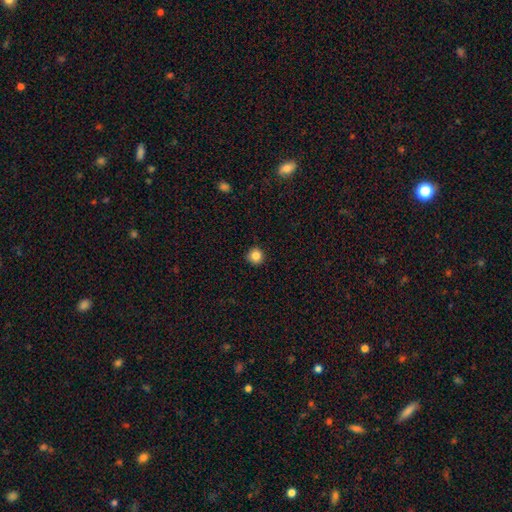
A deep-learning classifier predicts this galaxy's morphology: Q: Smooth or featured?
A: smooth (85%); runner-up: star or artifact (11%)
Q: How rounded?
A: round (95%); runner-up: in between (4%)
Q: Merging?
A: none (91%); runner-up: minor disturbance (6%)